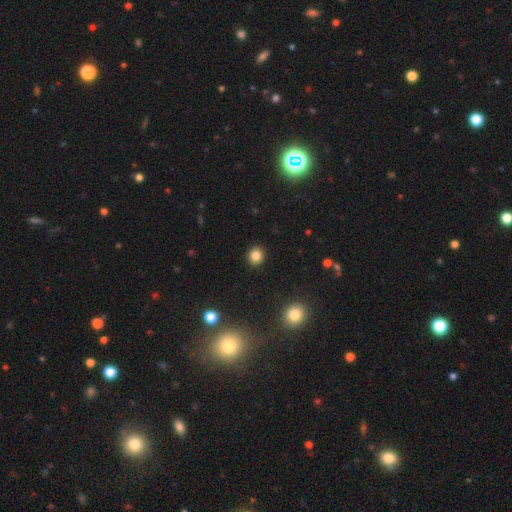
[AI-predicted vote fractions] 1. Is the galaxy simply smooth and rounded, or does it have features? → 83% smooth, 12% star or artifact, 5% featured or disk.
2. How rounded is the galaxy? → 80% round, 19% in between, 1% cigar-shaped.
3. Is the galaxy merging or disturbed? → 91% none, 6% minor disturbance, 2% major disturbance, 1% merger.